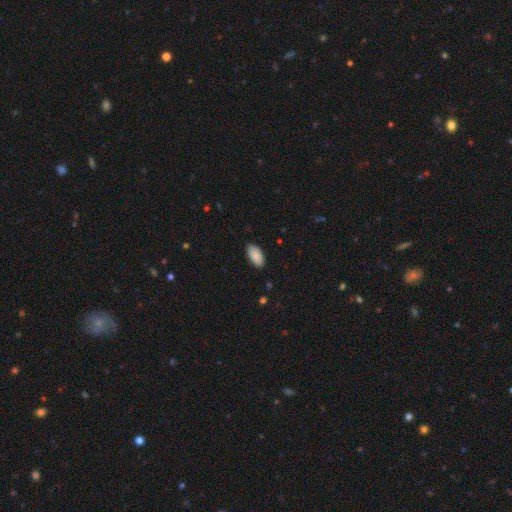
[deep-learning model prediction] Smooth or featured: smooth — 90% (star or artifact — 6%)
How rounded: in between — 95% (cigar-shaped — 3%)
Merging: none — 87% (minor disturbance — 10%)